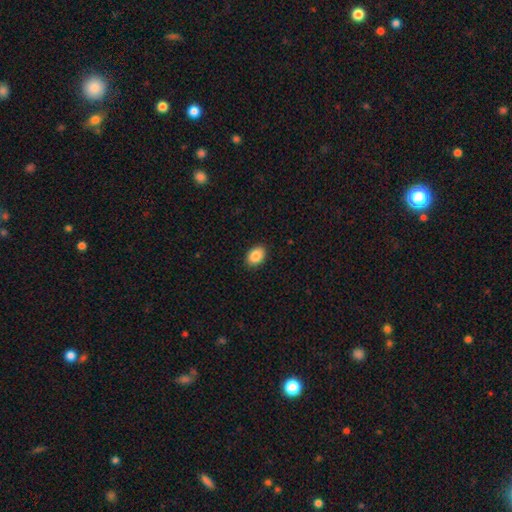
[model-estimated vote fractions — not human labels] Smooth or featured? Predicted: smooth (p=0.88). How rounded? Predicted: in between (p=0.81). Merging? Predicted: none (p=0.90).